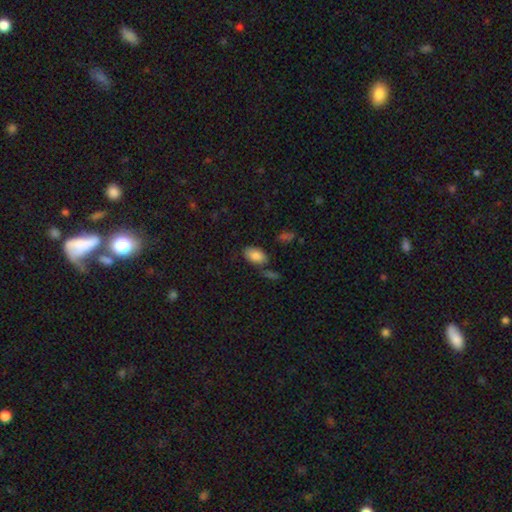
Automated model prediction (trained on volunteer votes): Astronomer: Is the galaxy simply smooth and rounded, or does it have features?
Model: smooth — 85%.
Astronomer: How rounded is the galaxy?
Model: in between — 93%.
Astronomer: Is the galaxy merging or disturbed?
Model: none — 66%.